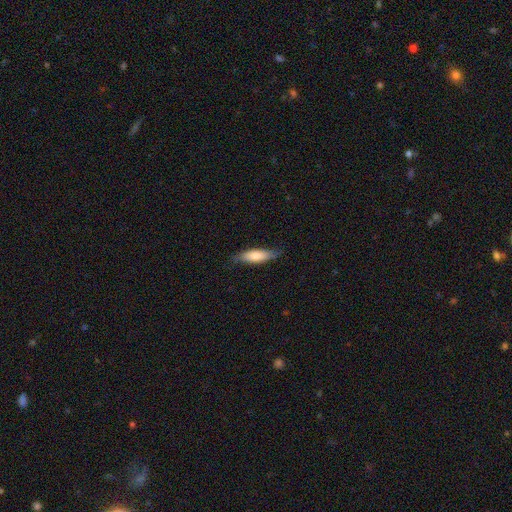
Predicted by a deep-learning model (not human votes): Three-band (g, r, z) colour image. It shows a smooth galaxy with no disk features (75%) that is cigar-shaped (54%). Merging: none (77%).